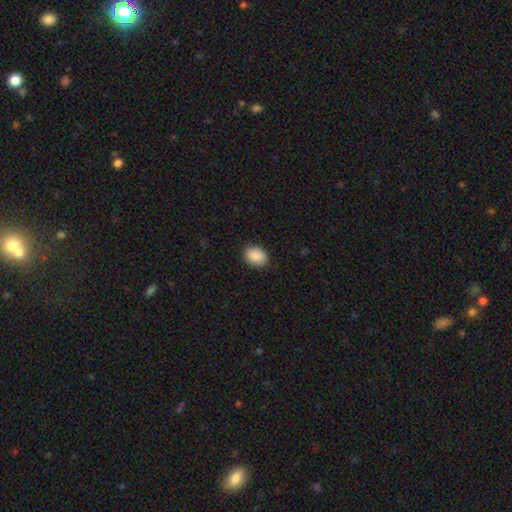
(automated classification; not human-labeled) Morphology: type=smooth (90%); roundness=in between (67%); merging=none (88%).